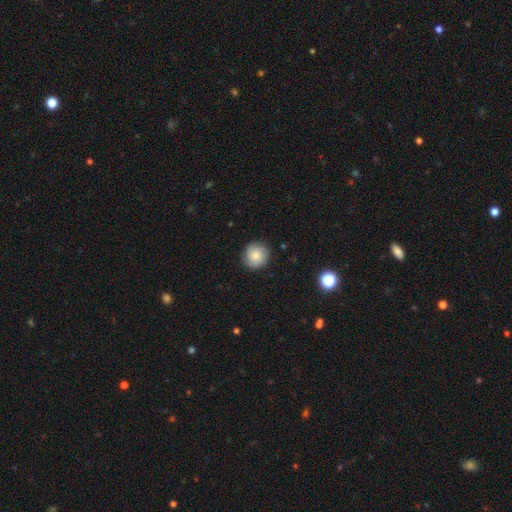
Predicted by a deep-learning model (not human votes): smooth_or_featured: smooth (p=0.69) [alt: featured or disk p=0.22]
how_rounded: round (p=0.91) [alt: in between p=0.08]
merging: none (p=0.84) [alt: minor disturbance p=0.12]